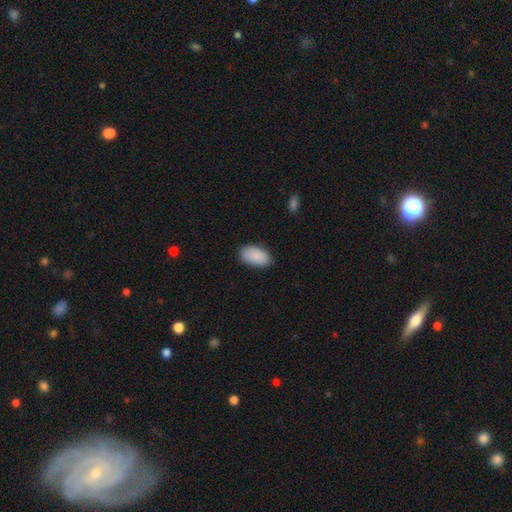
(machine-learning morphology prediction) type=smooth (90%); roundness=in between (95%); merging=none (86%).